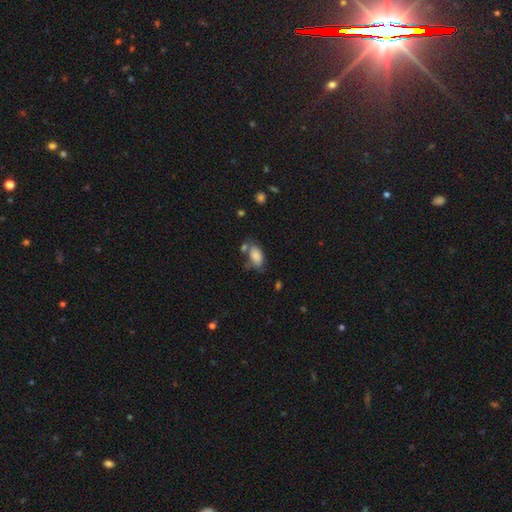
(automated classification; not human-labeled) This appears to be a smooth galaxy with no disk features (82%) that is in between round and cigar-shaped (91%). Merging: none (45%).